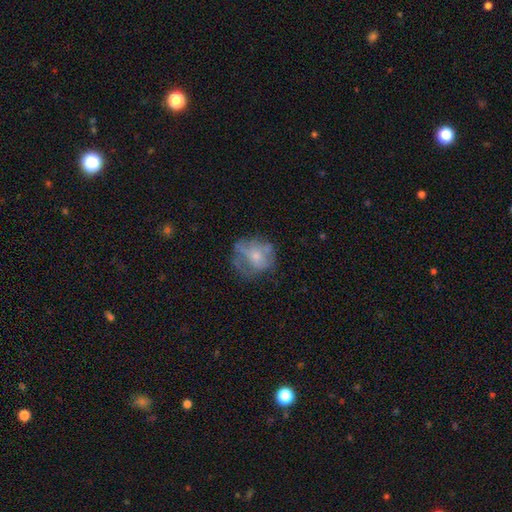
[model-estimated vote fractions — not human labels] Smooth or featured: smooth — 47% (featured or disk — 42%)
Merging: none — 50% (minor disturbance — 25%)